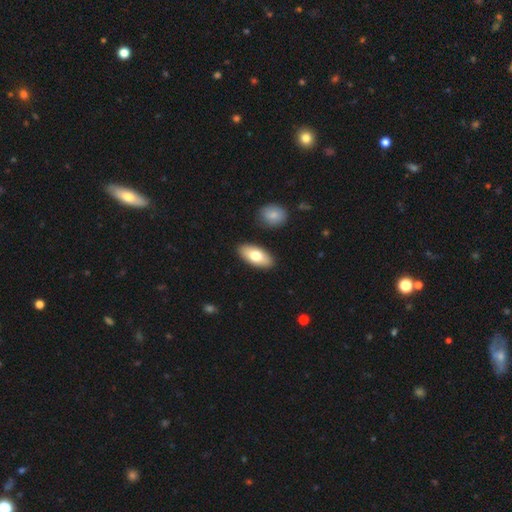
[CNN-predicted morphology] This appears to be a smooth galaxy with no disk features (73%) that is in between round and cigar-shaped (89%). Merging: none (88%).